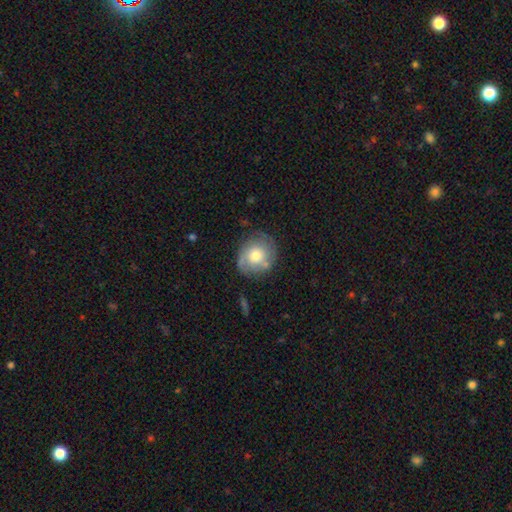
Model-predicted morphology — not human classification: This is possibly a smooth galaxy (58%). How rounded: likely round (74%). Merging: likely none (69%).